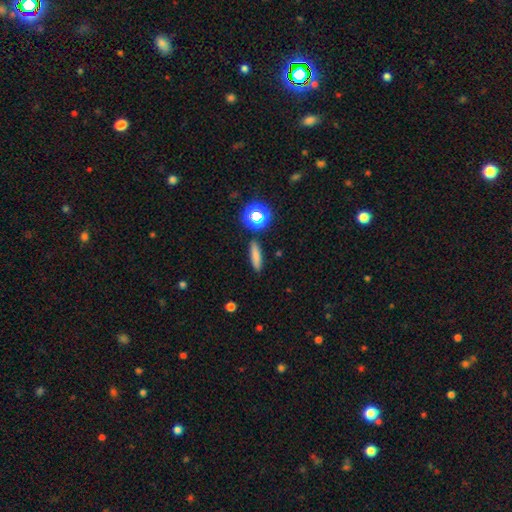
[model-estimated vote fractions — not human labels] Overall: smooth (78%). How rounded: cigar-shaped (75%). Merging: none (88%).